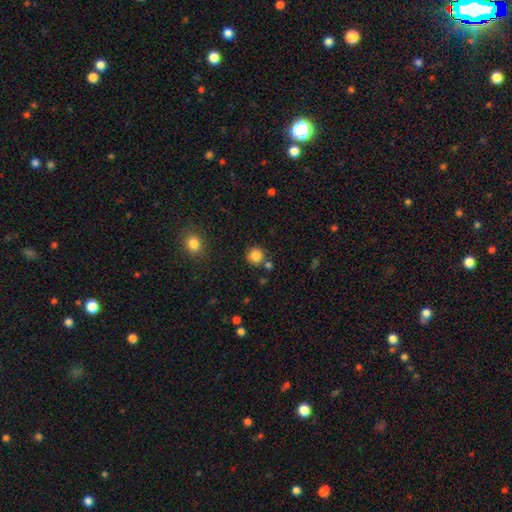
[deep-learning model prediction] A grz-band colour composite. It shows a smooth galaxy with no disk features (84%) that is round (93%). Merging: none (81%).